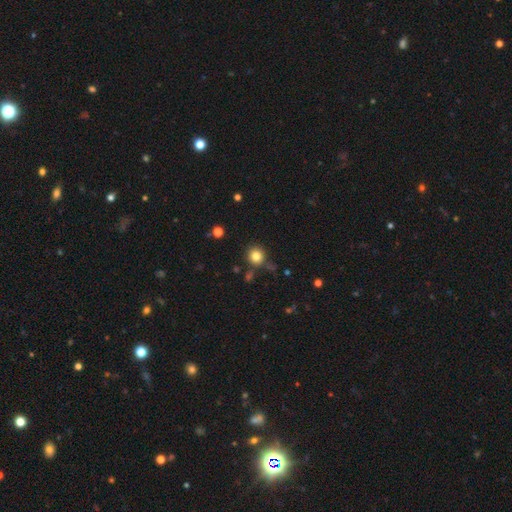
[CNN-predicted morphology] This is clearly a smooth galaxy (82%). How rounded: clearly round (93%). Merging: clearly none (82%).